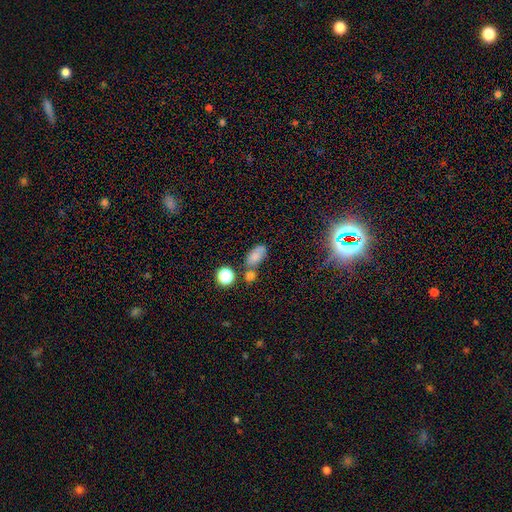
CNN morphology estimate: smooth_or_featured: smooth (p=0.74) [alt: star or artifact p=0.15]
how_rounded: in between (p=0.85) [alt: round p=0.10]
merging: none (p=0.51) [alt: merger p=0.25]